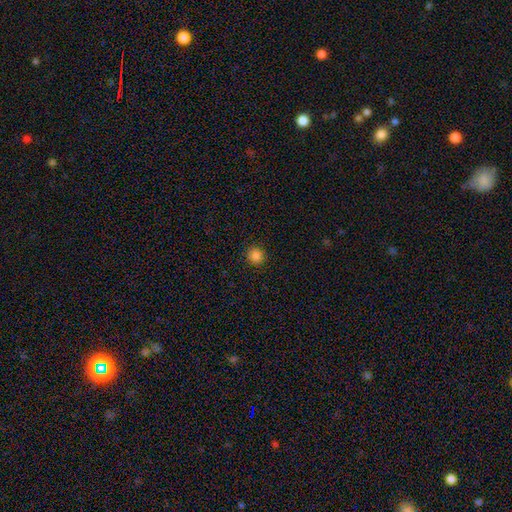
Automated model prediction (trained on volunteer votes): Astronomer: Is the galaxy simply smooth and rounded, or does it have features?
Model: smooth — 85%.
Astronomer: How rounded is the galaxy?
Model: round — 91%.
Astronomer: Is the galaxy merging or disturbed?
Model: none — 92%.